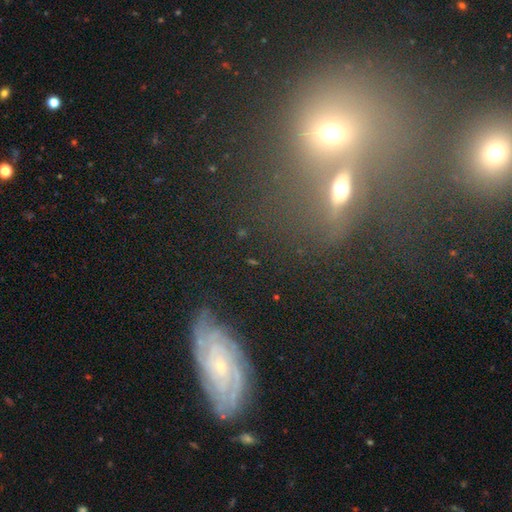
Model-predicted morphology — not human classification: This is marginally a featured or disk galaxy (42%). Merging: likely none (62%).